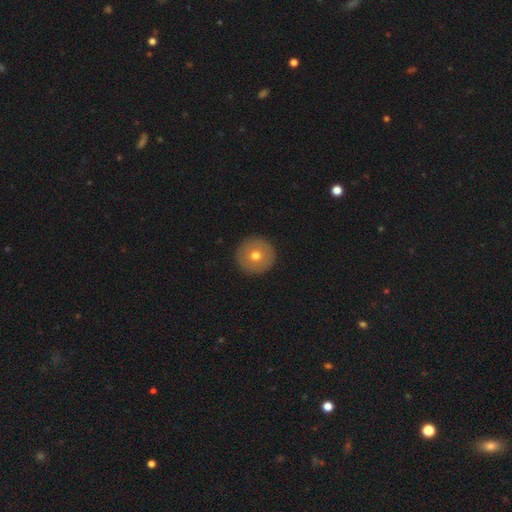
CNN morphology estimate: Q: Smooth or featured?
A: smooth (64%); runner-up: featured or disk (27%)
Q: How rounded?
A: round (96%); runner-up: in between (3%)
Q: Merging?
A: none (92%); runner-up: minor disturbance (5%)